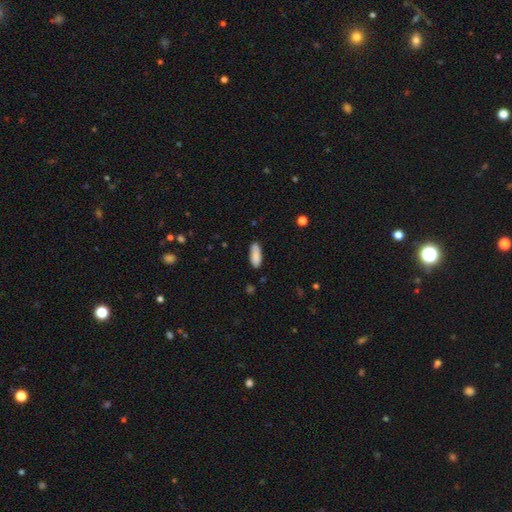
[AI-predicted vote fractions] A smooth galaxy with no disk features (87%) that is in between round and cigar-shaped (70%). Merging: none (79%).